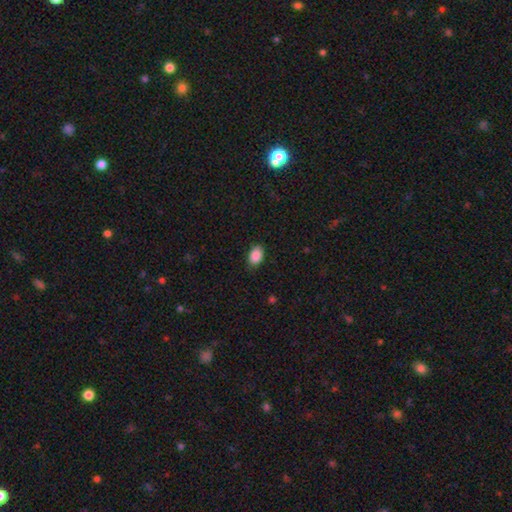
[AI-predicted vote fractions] Overall: smooth (89%). How rounded: in between (86%). Merging: none (84%).